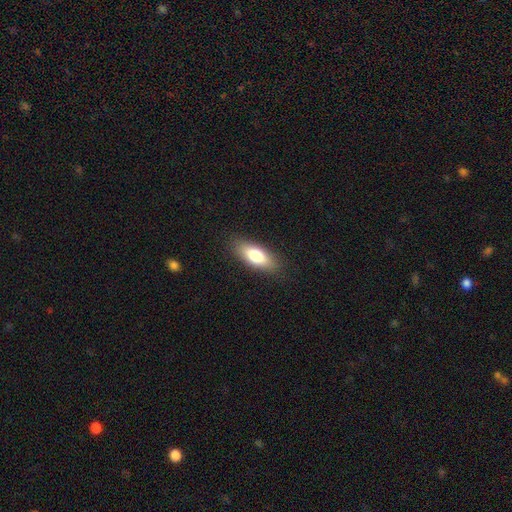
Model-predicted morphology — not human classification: Overall: smooth (78%). How rounded: in between (74%). Merging: none (87%).